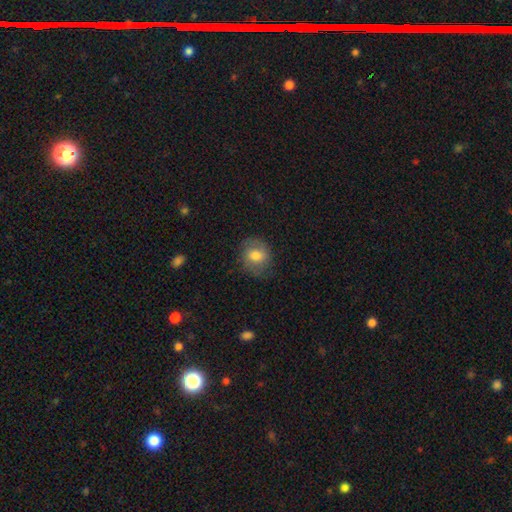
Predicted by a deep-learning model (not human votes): smooth_or_featured: smooth (p=0.68) [alt: featured or disk p=0.23]
how_rounded: round (p=0.70) [alt: in between p=0.29]
merging: none (p=0.74) [alt: minor disturbance p=0.18]